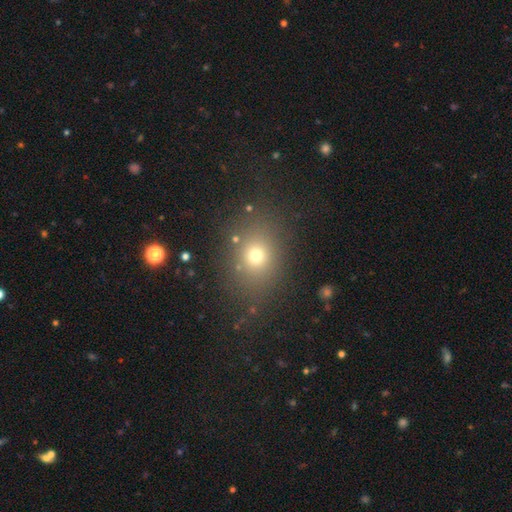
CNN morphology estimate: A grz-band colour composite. It shows a smooth galaxy with no disk features (69%) that is round (59%). Merging: none (81%).